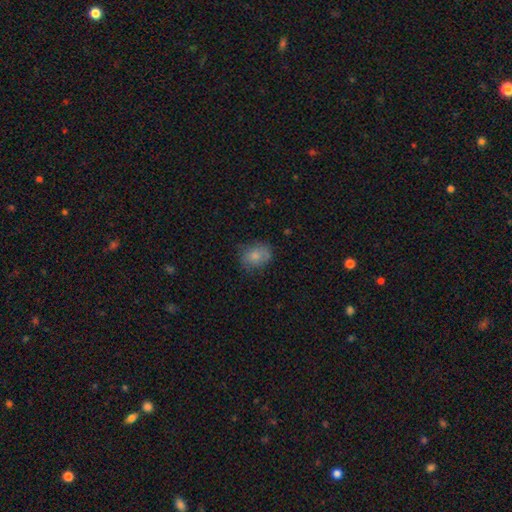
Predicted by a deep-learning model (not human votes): smooth-or-featured: smooth: 79% | featured or disk: 12% | star or artifact: 9%
  how-rounded: in between: 53% | round: 46% | cigar-shaped: 1%
  merging: none: 67% | minor disturbance: 24% | major disturbance: 8% | merger: 1%